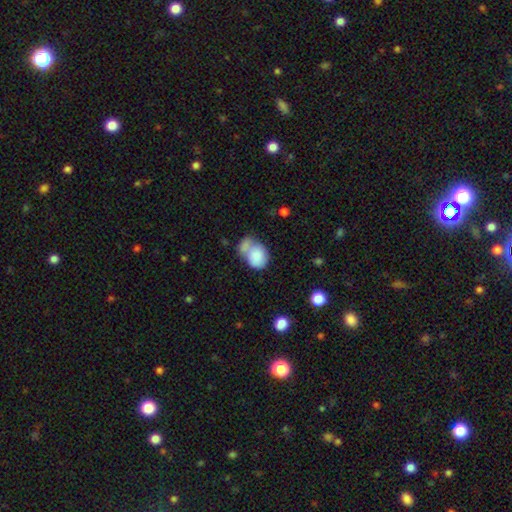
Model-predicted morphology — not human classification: smooth_or_featured: smooth (p=0.80) [alt: featured or disk p=0.13]
how_rounded: in between (p=0.60) [alt: round p=0.39]
merging: merger (p=0.52) [alt: none p=0.24]